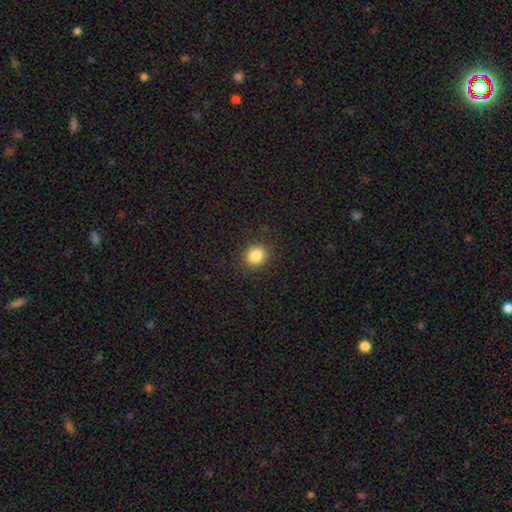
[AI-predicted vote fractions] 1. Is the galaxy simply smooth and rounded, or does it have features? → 85% smooth, 11% star or artifact, 5% featured or disk.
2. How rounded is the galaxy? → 81% round, 18% in between, 1% cigar-shaped.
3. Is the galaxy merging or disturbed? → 89% none, 8% minor disturbance, 3% major disturbance, 1% merger.